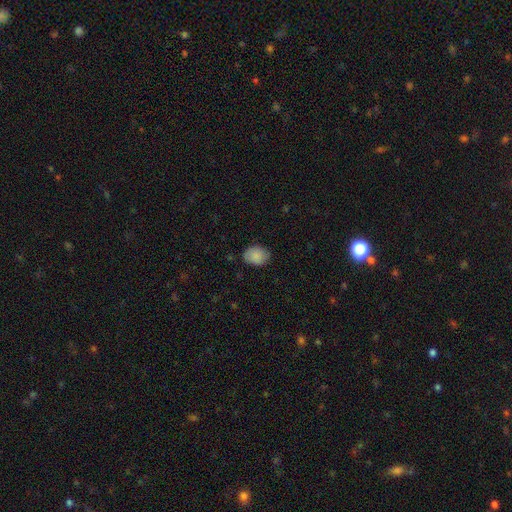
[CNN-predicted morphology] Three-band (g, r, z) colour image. It shows a smooth galaxy with no disk features (87%) that is in between round and cigar-shaped (65%). Merging: none (81%).